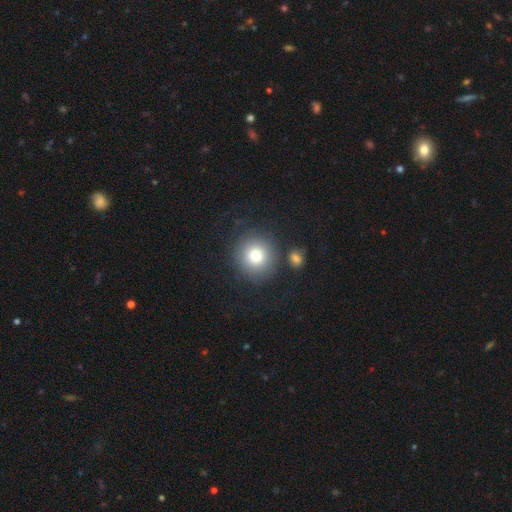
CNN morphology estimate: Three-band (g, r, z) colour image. It shows a smooth galaxy with no disk features (77%) that is round (91%). Merging: none (79%).